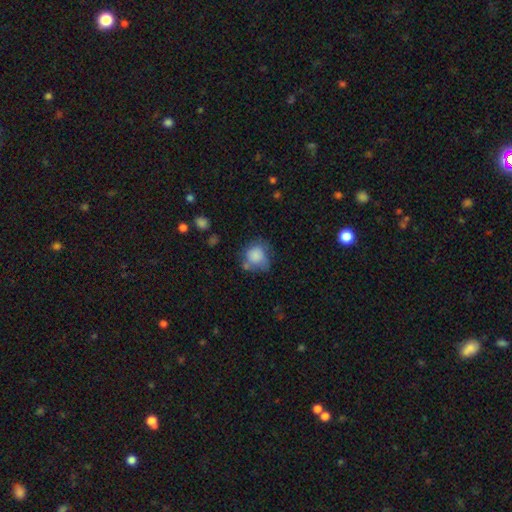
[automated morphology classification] smooth-or-featured: smooth: 79% | featured or disk: 13% | star or artifact: 8%
  how-rounded: round: 72% | in between: 27% | cigar-shaped: 1%
  merging: none: 46% | minor disturbance: 29% | major disturbance: 14% | merger: 10%